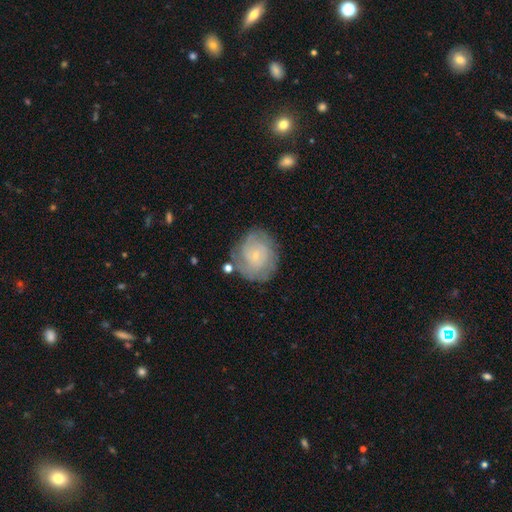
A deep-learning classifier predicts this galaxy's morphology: A featured or disk galaxy (55%) with no bar (77%), spiral arms (84%) and a small central bulge (82%).

Vote fractions:
- Smooth or featured? featured or disk: 55% / smooth: 36% / star or artifact: 8%
- Edge-on disk? no: 97% / yes: 3%
- Bar? no: 77% / weak: 20% / strong: 3%
- Spiral arms? yes: 84% / no: 16%
- Bulge size? small: 82% / moderate: 11% / none: 5% / large: 1% / dominant: 1%
- Merging? none: 73% / minor disturbance: 17% / major disturbance: 6% / merger: 4%